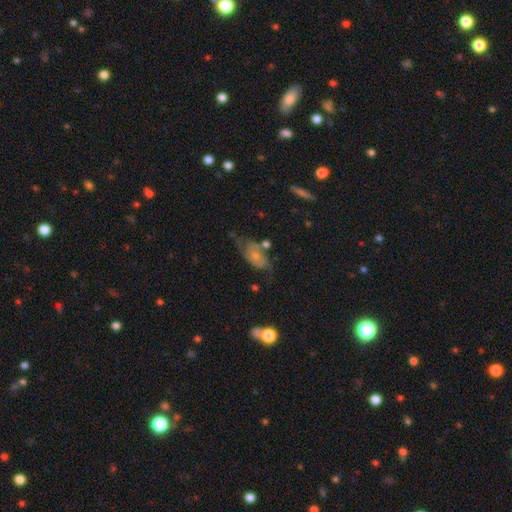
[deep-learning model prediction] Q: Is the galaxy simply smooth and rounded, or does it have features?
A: featured or disk — 60%.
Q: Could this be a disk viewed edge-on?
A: no — 93%.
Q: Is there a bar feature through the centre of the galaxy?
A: no — 73%.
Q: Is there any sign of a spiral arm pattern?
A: yes — 82%.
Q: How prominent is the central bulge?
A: small — 58%.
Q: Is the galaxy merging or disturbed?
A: none — 44%.